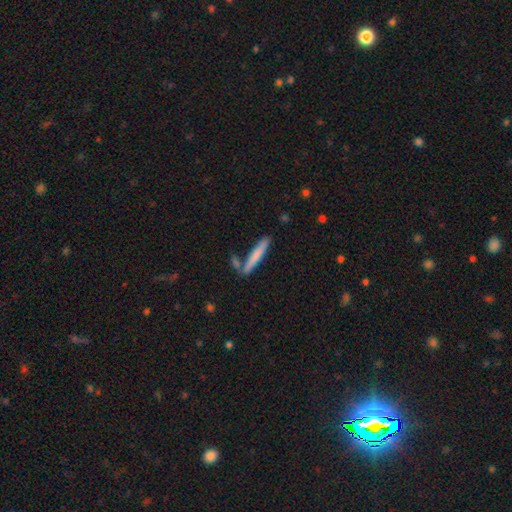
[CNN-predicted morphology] Overall: smooth (70%). How rounded: cigar-shaped (93%). Merging: none (74%).